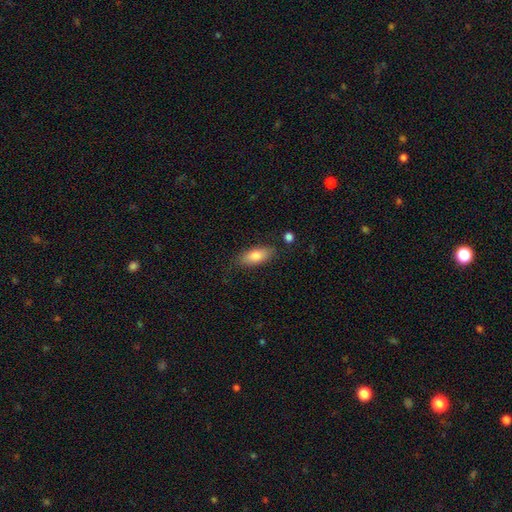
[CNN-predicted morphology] Smooth or featured?
  - smooth: 81% *
  - featured or disk: 12%
  - star or artifact: 7%
How rounded?
  - in between: 81% *
  - cigar-shaped: 16%
  - round: 3%
Merging?
  - none: 79% *
  - minor disturbance: 15%
  - major disturbance: 4%
  - merger: 3%